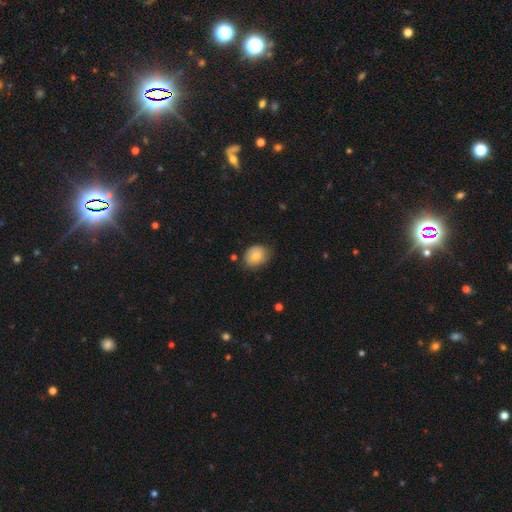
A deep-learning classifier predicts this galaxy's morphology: Smooth or featured?
  - smooth: 76% *
  - featured or disk: 16%
  - star or artifact: 8%
How rounded?
  - in between: 52% *
  - round: 47%
  - cigar-shaped: 1%
Merging?
  - none: 68% *
  - minor disturbance: 25%
  - major disturbance: 5%
  - merger: 2%